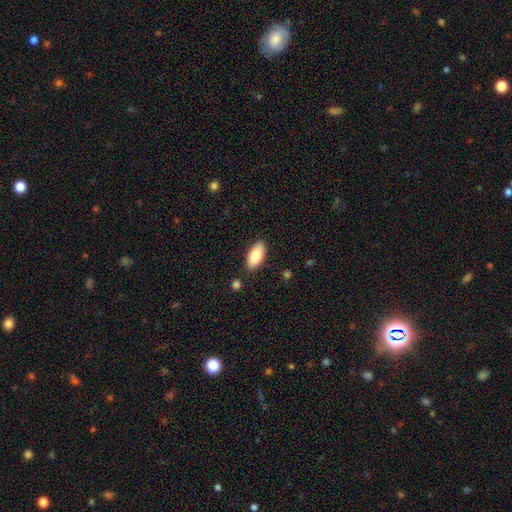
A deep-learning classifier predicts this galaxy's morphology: A smooth galaxy with no disk features (82%) that is in between round and cigar-shaped (90%).

Vote fractions:
- Smooth or featured? smooth: 82% / featured or disk: 12% / star or artifact: 6%
- How rounded? in between: 90% / cigar-shaped: 7% / round: 2%
- Merging? none: 85% / minor disturbance: 11% / major disturbance: 2% / merger: 2%